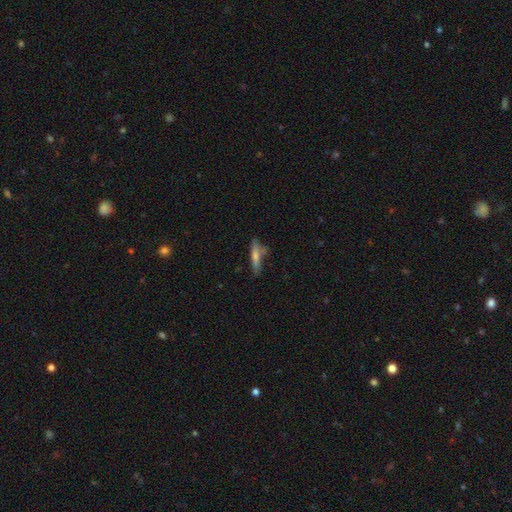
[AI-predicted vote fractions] smooth-or-featured: smooth: 49% | featured or disk: 42% | star or artifact: 9%
  merging: none: 68% | minor disturbance: 20% | merger: 6% | major disturbance: 6%